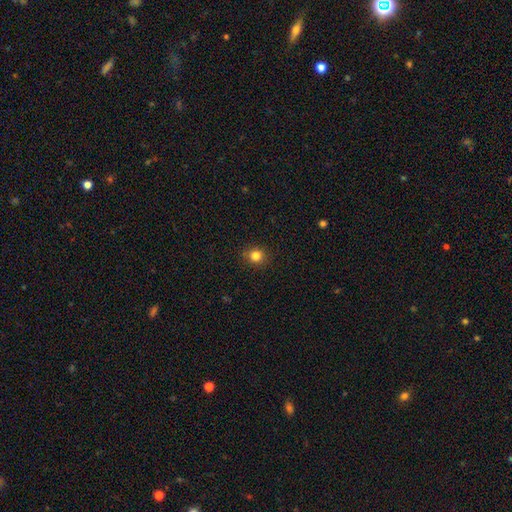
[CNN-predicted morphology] smooth-or-featured: smooth: 83% | star or artifact: 13% | featured or disk: 5%
  how-rounded: round: 86% | in between: 13% | cigar-shaped: 1%
  merging: none: 90% | minor disturbance: 7% | major disturbance: 2% | merger: 1%